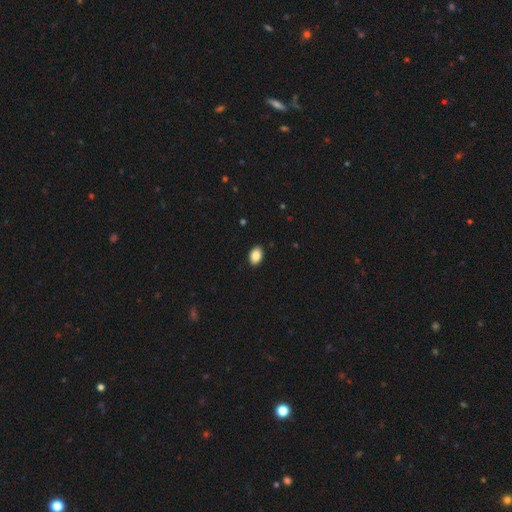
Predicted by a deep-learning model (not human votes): Smooth or featured?
  - smooth: 88% *
  - star or artifact: 8%
  - featured or disk: 4%
How rounded?
  - in between: 86% *
  - round: 13%
  - cigar-shaped: 1%
Merging?
  - none: 90% *
  - minor disturbance: 7%
  - major disturbance: 2%
  - merger: 1%